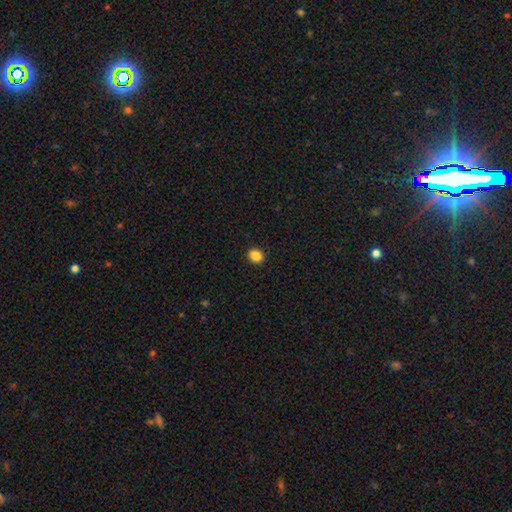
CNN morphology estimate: A smooth galaxy with no disk features (87%) that is round (65%).

Vote fractions:
- Smooth or featured? smooth: 87% / star or artifact: 10% / featured or disk: 3%
- How rounded? round: 65% / in between: 34% / cigar-shaped: 1%
- Merging? none: 92% / minor disturbance: 6% / major disturbance: 2% / merger: 1%